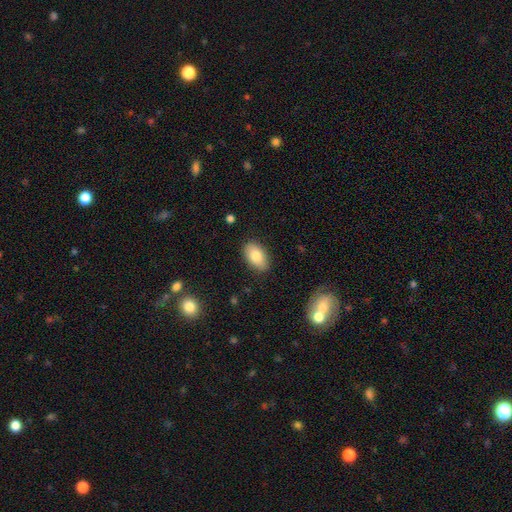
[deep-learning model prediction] smooth_or_featured: smooth (p=0.82) [alt: featured or disk p=0.12]
how_rounded: in between (p=0.92) [alt: round p=0.06]
merging: none (p=0.86) [alt: minor disturbance p=0.10]